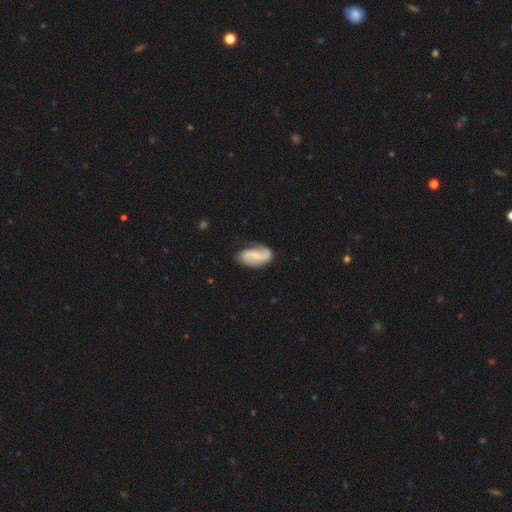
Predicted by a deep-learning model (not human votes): Smooth or featured? featured or disk (74%)
Edge-on disk? no (97%)
Bar? weak (45%)
Spiral arms? yes (94%)
Spiral winding? loose (49%)
Spiral arm count? 2 (86%)
Bulge size? small (54%)
Merging? none (71%)